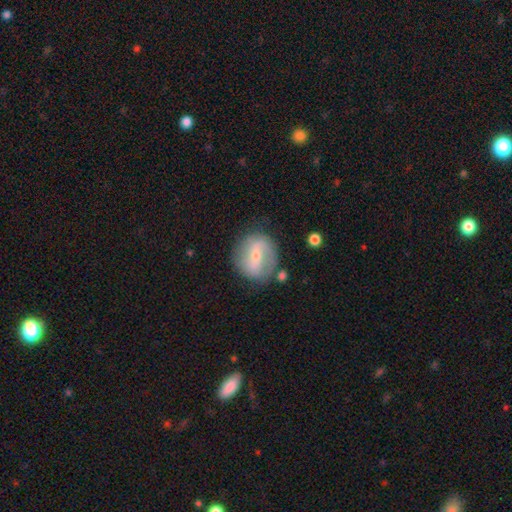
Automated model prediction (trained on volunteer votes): A featured or disk galaxy (65%) with a weak bar (41%), spiral arms (77%) and a small central bulge (62%).

Vote fractions:
- Smooth or featured? featured or disk: 65% / smooth: 27% / star or artifact: 8%
- Edge-on disk? no: 96% / yes: 4%
- Bar? weak: 41% / strong: 34% / no: 25%
- Spiral arms? yes: 77% / no: 23%
- Bulge size? small: 62% / moderate: 34% / none: 2% / large: 1% / dominant: 1%
- Merging? none: 74% / minor disturbance: 16% / major disturbance: 6% / merger: 4%